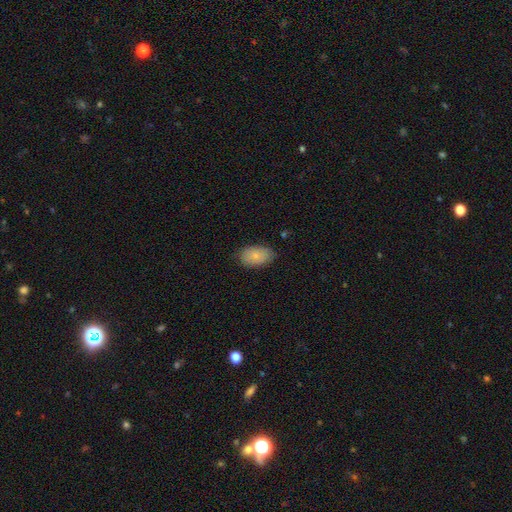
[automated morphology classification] smooth 83%, featured or disk 11%, star or artifact 7%. Down the decision tree: how rounded — in between (92%); merging — none (80%).